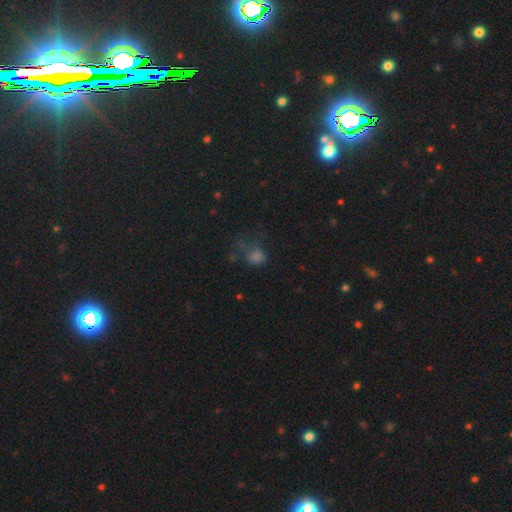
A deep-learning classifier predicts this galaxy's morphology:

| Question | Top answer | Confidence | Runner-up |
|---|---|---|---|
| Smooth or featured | smooth | 61% | star or artifact (27%) |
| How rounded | round | 63% | in between (35%) |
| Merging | none | 42% | major disturbance (30%) |